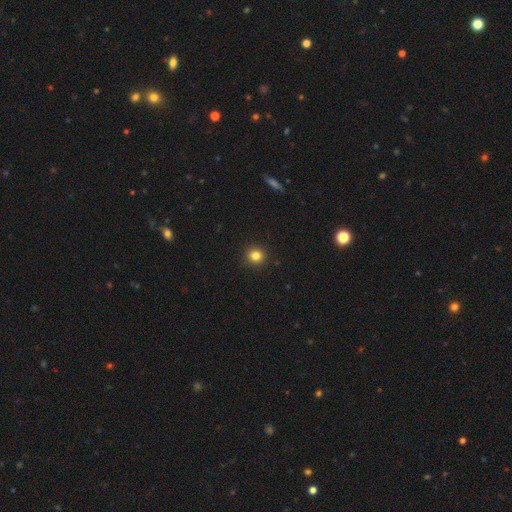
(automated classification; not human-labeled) Smooth or featured? smooth (83%)
How rounded? round (92%)
Merging? none (92%)